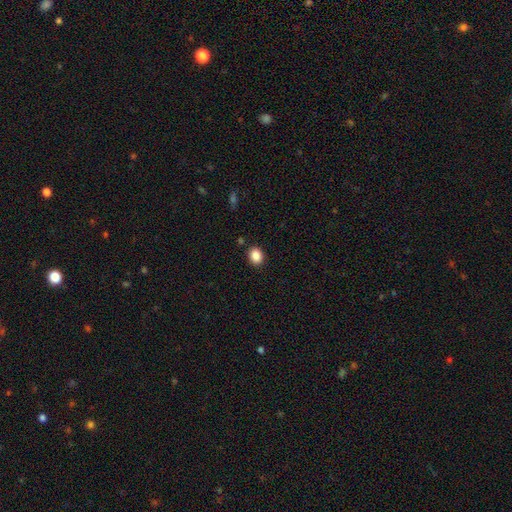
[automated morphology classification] smooth_or_featured: smooth (p=0.87) [alt: star or artifact p=0.10]
how_rounded: round (p=0.55) [alt: in between p=0.44]
merging: none (p=0.89) [alt: minor disturbance p=0.07]